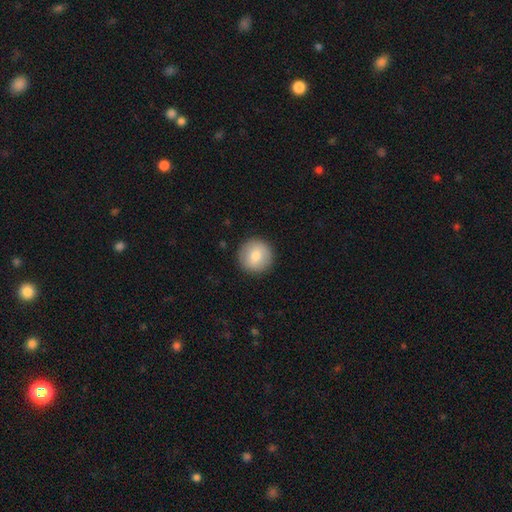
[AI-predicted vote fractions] smooth-or-featured: smooth: 80% | featured or disk: 13% | star or artifact: 7%
  how-rounded: round: 96% | in between: 3% | cigar-shaped: 1%
  merging: none: 92% | minor disturbance: 6% | major disturbance: 2% | merger: 1%